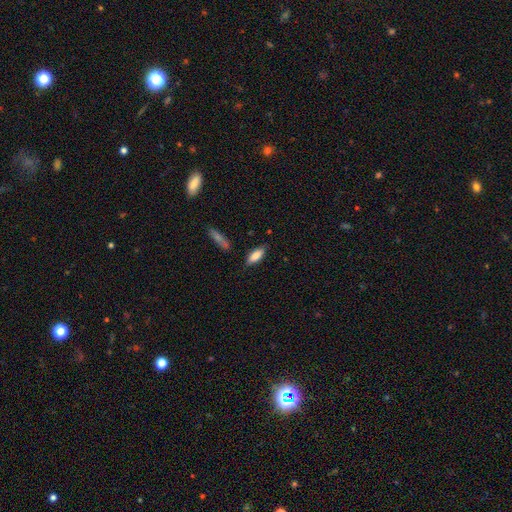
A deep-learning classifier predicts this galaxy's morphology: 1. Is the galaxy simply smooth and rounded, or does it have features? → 81% smooth, 13% featured or disk, 6% star or artifact.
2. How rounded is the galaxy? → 71% in between, 27% cigar-shaped, 2% round.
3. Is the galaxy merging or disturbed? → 80% none, 14% minor disturbance, 3% major disturbance, 3% merger.